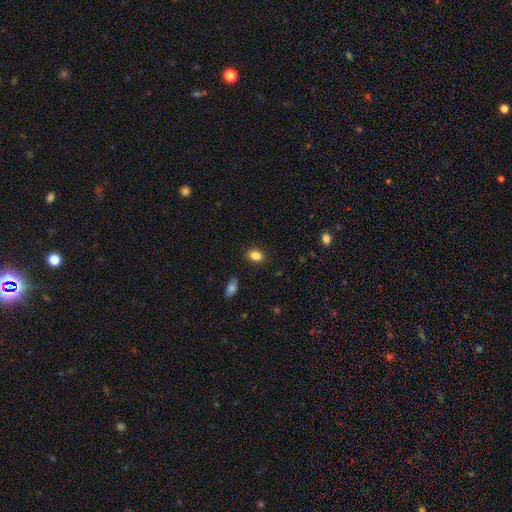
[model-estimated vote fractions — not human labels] This appears to be a smooth galaxy with no disk features (86%) that is in between round and cigar-shaped (80%). Merging: none (86%).